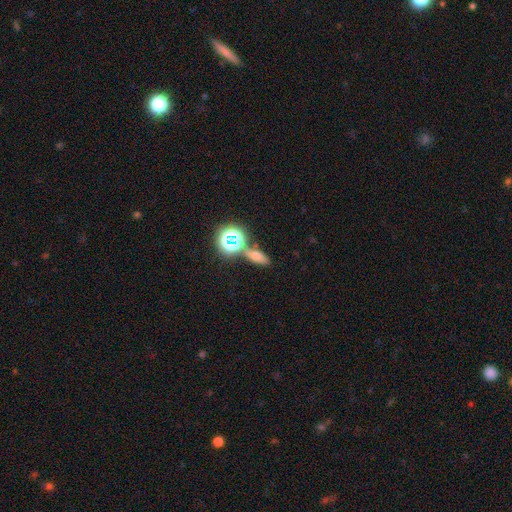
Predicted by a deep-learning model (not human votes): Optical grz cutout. It shows a smooth galaxy with no disk features (59%) that is in between round and cigar-shaped (61%). Merging: none (71%).